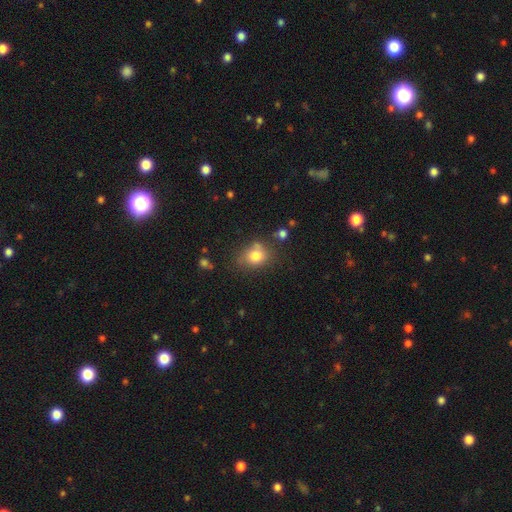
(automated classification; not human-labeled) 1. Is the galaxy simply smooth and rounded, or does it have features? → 79% smooth, 11% star or artifact, 10% featured or disk.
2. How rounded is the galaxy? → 56% round, 43% in between, 1% cigar-shaped.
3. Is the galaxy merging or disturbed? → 61% none, 22% minor disturbance, 10% merger, 7% major disturbance.